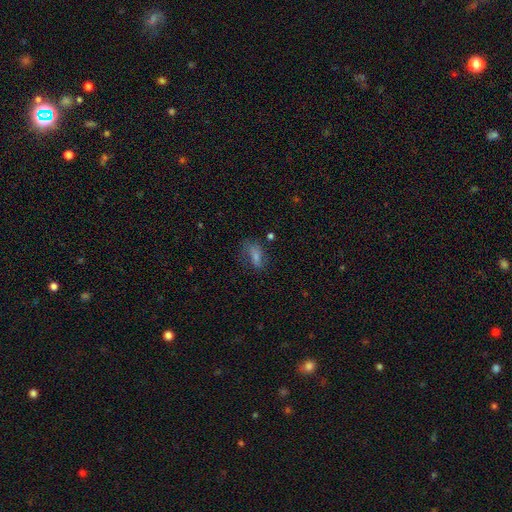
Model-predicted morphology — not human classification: smooth 71%, featured or disk 17%, star or artifact 12%. Down the decision tree: how rounded — in between (80%); merging — none (54%).